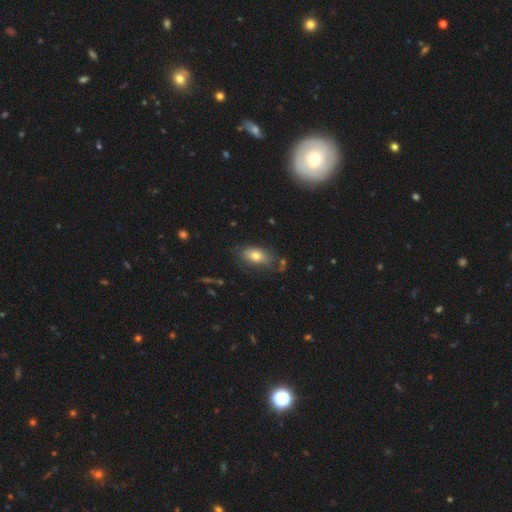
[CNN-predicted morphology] This appears to be a smooth galaxy with no disk features (75%) that is in between round and cigar-shaped (87%). Merging: none (70%).